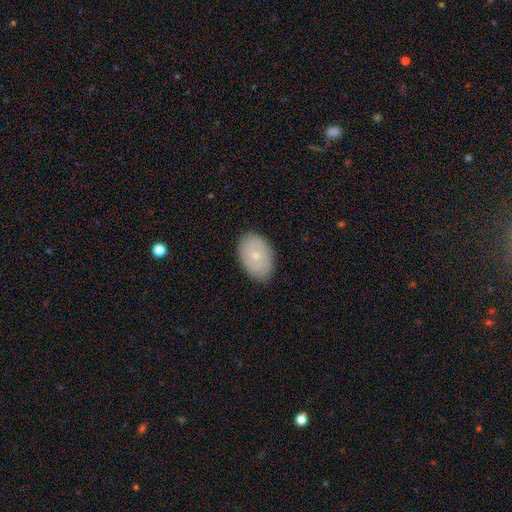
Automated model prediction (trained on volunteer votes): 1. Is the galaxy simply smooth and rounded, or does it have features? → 67% smooth, 26% featured or disk, 7% star or artifact.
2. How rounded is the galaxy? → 88% in between, 11% round, 1% cigar-shaped.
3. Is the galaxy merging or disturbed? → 84% none, 12% minor disturbance, 2% major disturbance, 1% merger.